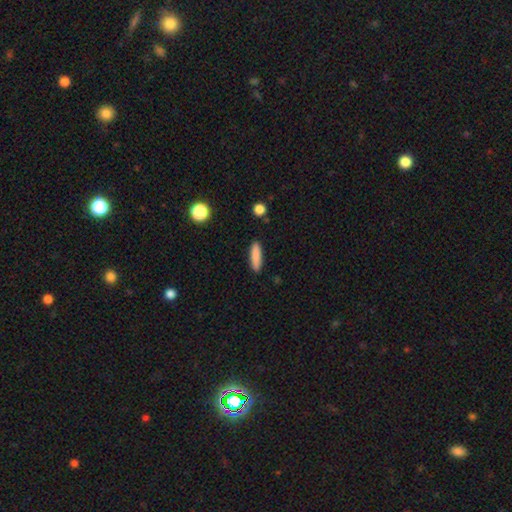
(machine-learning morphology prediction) A smooth galaxy with no disk features (86%) that is cigar-shaped (74%). Merging: none (89%).